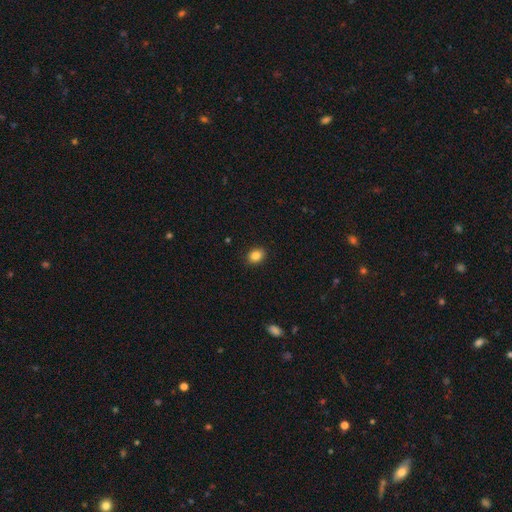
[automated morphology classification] smooth_or_featured: smooth (p=0.86) [alt: star or artifact p=0.10]
how_rounded: in between (p=0.60) [alt: round p=0.39]
merging: none (p=0.90) [alt: minor disturbance p=0.07]